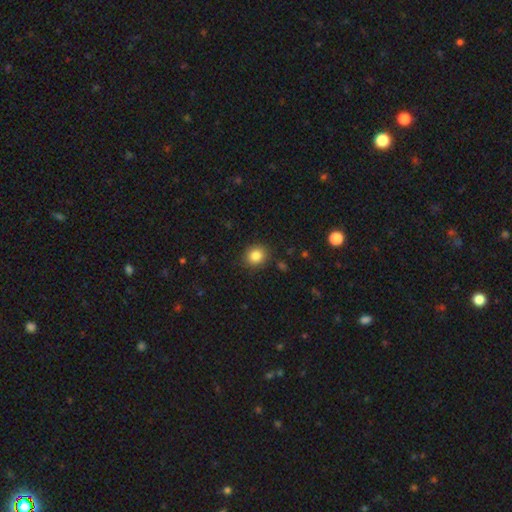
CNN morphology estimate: Smooth or featured? smooth (84%)
How rounded? round (76%)
Merging? none (88%)